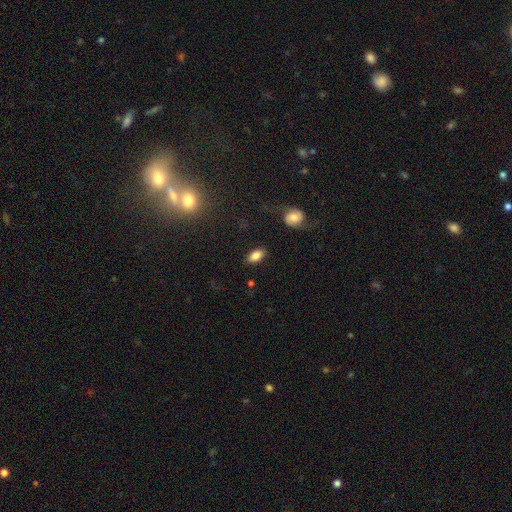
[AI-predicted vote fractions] A smooth galaxy with no disk features (84%) that is in between round and cigar-shaped (92%). Merging: none (85%).